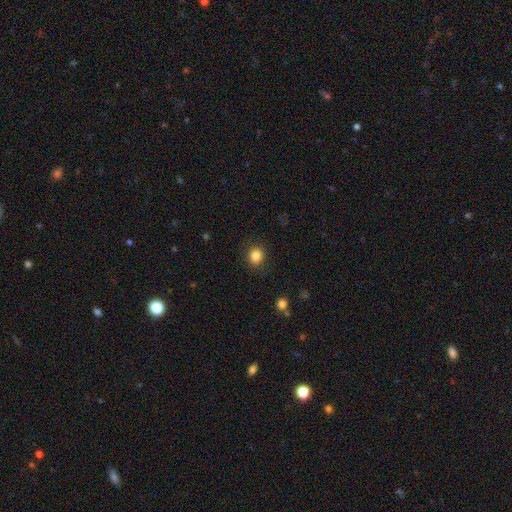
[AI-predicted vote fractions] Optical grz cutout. It shows a smooth galaxy with no disk features (85%) that is round (76%). Merging: none (88%).